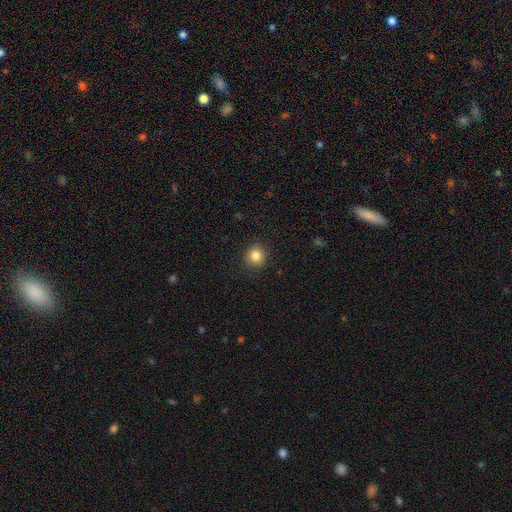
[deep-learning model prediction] Overall: smooth (83%). How rounded: round (89%). Merging: none (90%).